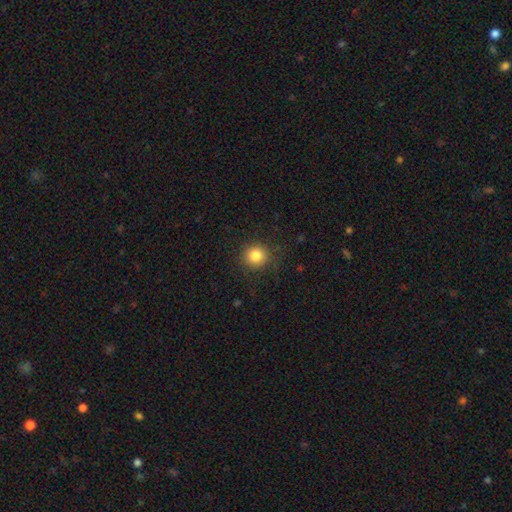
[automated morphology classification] Overall: smooth (83%). How rounded: round (91%). Merging: none (87%).